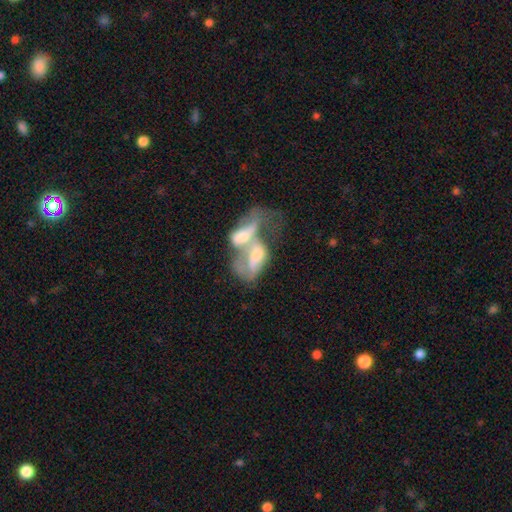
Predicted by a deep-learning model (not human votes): Smooth or featured? featured or disk (50%)
Merging? merger (76%)